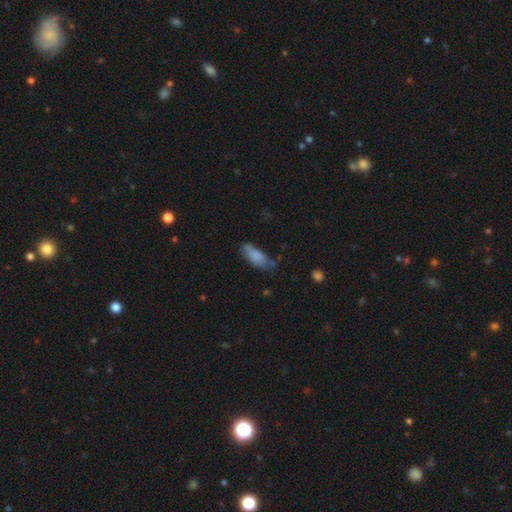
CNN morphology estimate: A smooth galaxy with no disk features (81%) that is in between round and cigar-shaped (79%). Merging: none (56%).